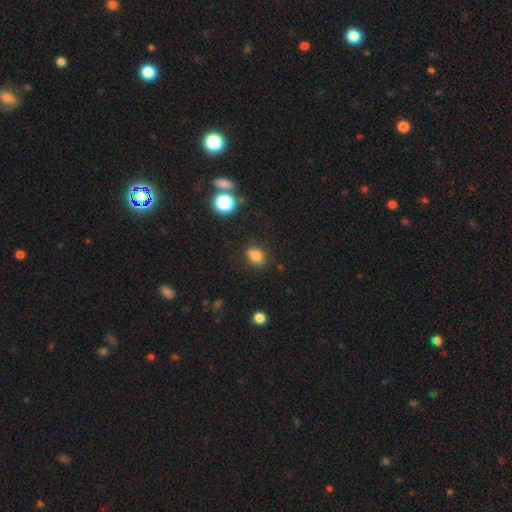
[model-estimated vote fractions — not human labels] smooth_or_featured: smooth (p=0.78) [alt: star or artifact p=0.14]
how_rounded: in between (p=0.58) [alt: round p=0.40]
merging: none (p=0.72) [alt: minor disturbance p=0.16]